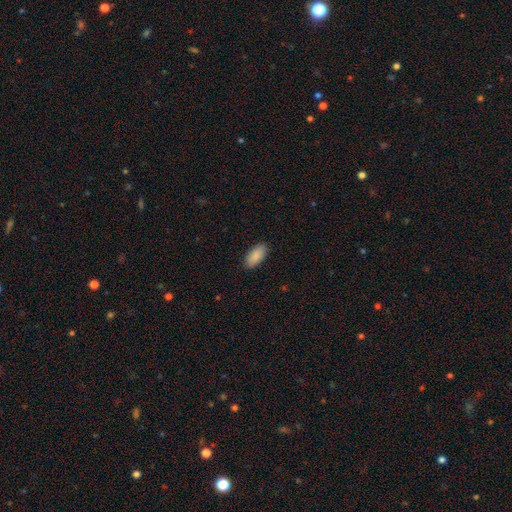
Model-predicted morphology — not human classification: Smooth or featured: smooth — 90% (star or artifact — 6%)
How rounded: in between — 91% (cigar-shaped — 7%)
Merging: none — 89% (minor disturbance — 8%)